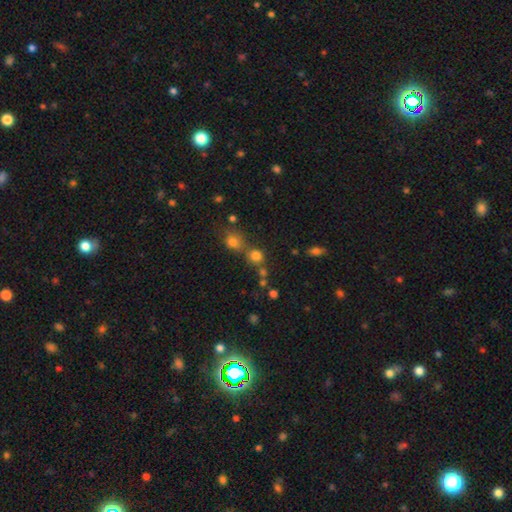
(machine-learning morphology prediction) The model was most divided on "merging": none: 56%, merger: 33%, minor disturbance: 8%, major disturbance: 4%. More confident: how rounded — round (86%); smooth or featured — smooth (74%).